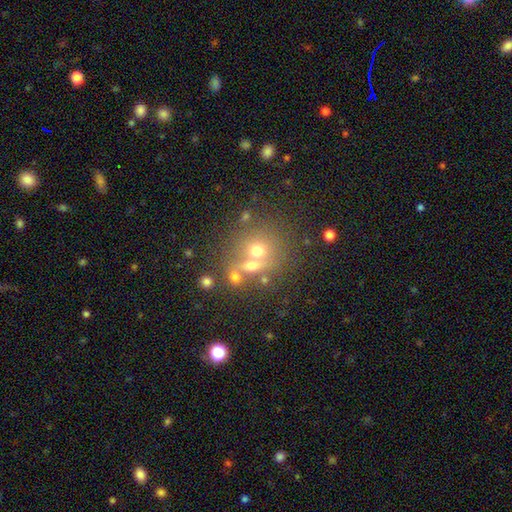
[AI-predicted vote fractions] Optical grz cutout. It shows a smooth galaxy with no disk features (54%) that is round (83%). Merging: none (48%).